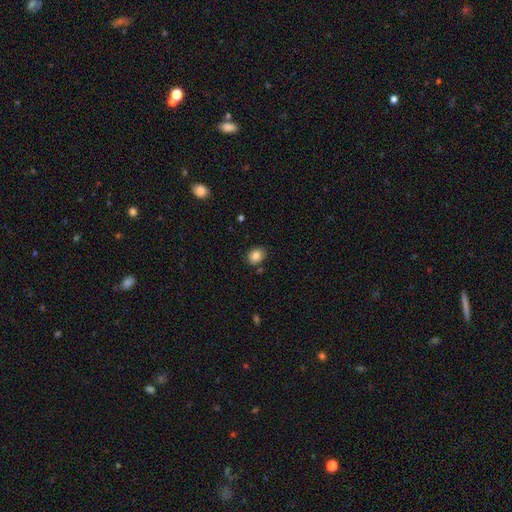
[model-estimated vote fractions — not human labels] smooth_or_featured: smooth (p=0.83) [alt: star or artifact p=0.09]
how_rounded: in between (p=0.53) [alt: round p=0.46]
merging: none (p=0.83) [alt: minor disturbance p=0.12]